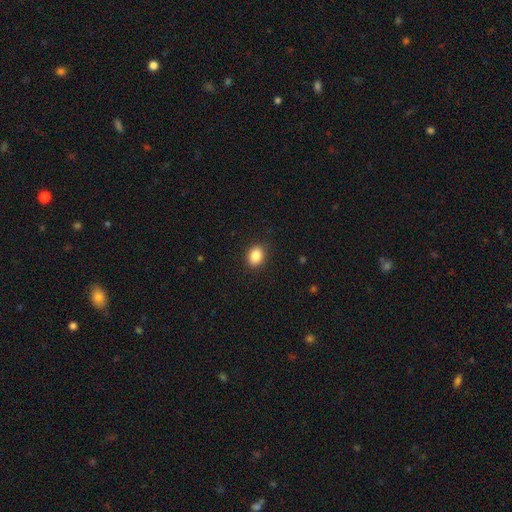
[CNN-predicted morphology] smooth 87%, star or artifact 9%, featured or disk 4%. Down the decision tree: how rounded — in between (64%); merging — none (88%).